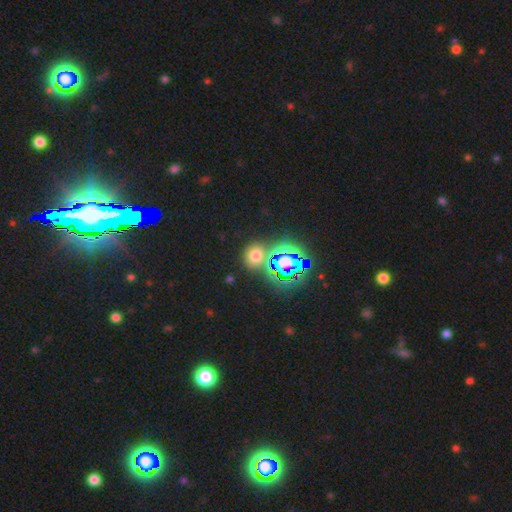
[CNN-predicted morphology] Overall: smooth (53%; star or artifact 39%). How rounded: round (77%). Merging: none (78%).